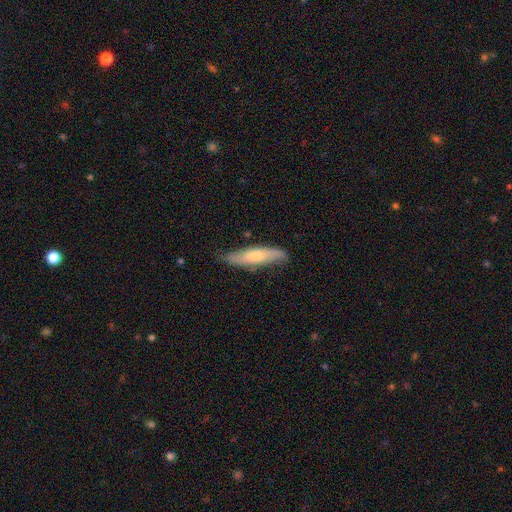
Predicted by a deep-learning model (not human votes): Morphology: type=smooth (51%); roundness=cigar-shaped (74%); merging=none (73%).